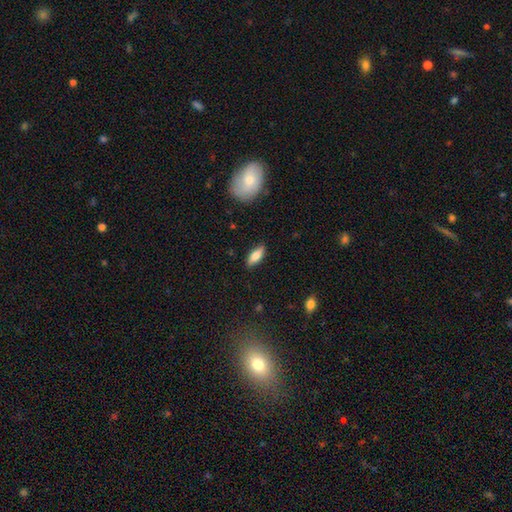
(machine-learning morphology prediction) smooth 78%, featured or disk 15%, star or artifact 7%. Down the decision tree: how rounded — in between (69%); merging — none (85%).